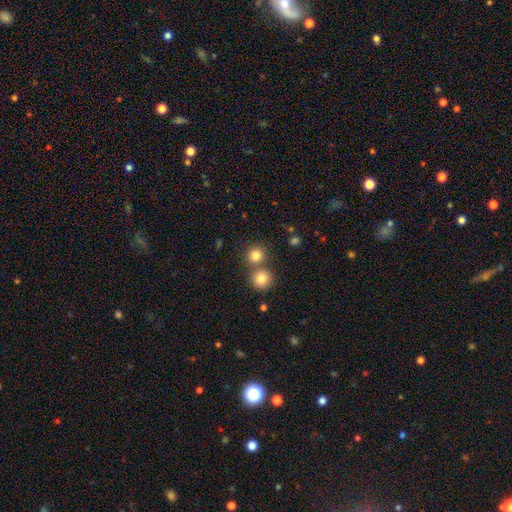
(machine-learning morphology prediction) This appears to be a smooth galaxy with no disk features (82%) that is round (91%). Merging: none (61%).